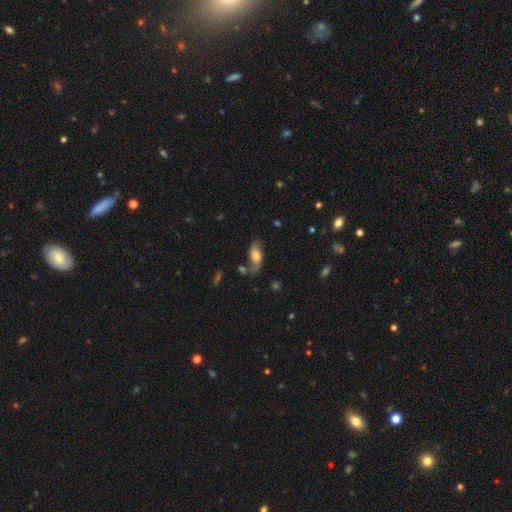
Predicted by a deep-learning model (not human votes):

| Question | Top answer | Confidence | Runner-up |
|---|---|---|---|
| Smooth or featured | featured or disk | 47% | smooth (44%) |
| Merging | none | 51% | minor disturbance (24%) |